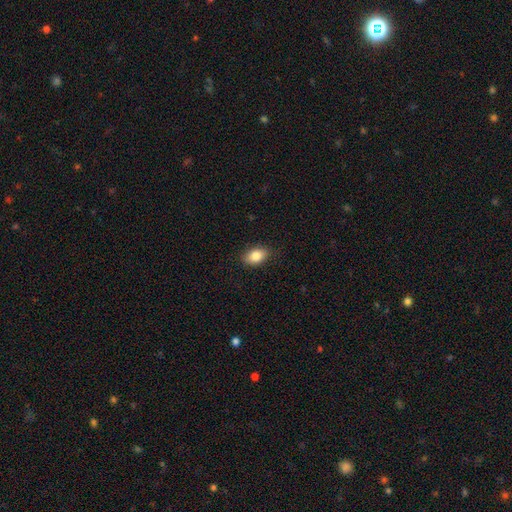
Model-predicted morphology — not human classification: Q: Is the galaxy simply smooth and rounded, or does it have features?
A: smooth — 84%.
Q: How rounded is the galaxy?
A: in between — 85%.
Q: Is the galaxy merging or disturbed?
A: none — 86%.